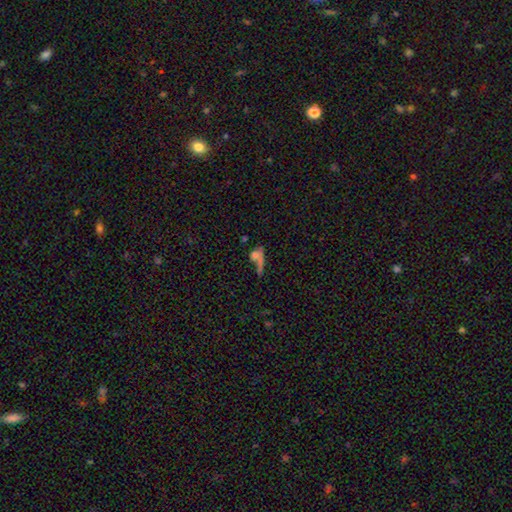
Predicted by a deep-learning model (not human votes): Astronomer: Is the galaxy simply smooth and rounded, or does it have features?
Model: smooth — 55%.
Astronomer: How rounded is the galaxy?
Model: in between — 41% (runner-up: round, 30%).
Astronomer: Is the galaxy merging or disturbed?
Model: none — 35% (runner-up: merger, 30%).